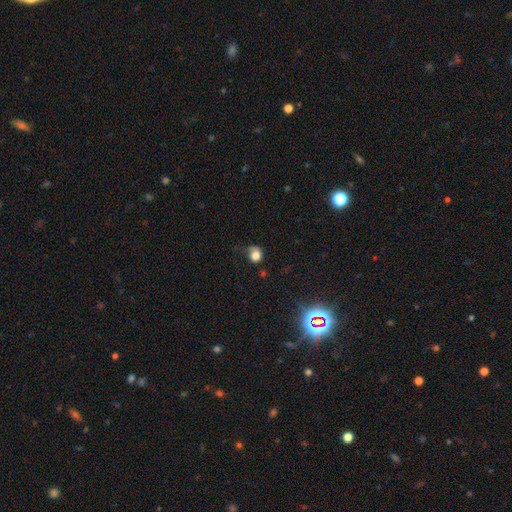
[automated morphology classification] This appears to be a smooth galaxy with no disk features (75%) that is round (72%). Merging: none (42%).